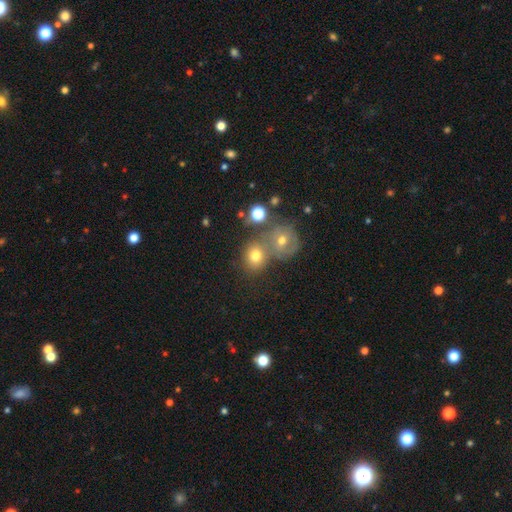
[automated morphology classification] smooth-or-featured: smooth: 71% | featured or disk: 15% | star or artifact: 14%
  how-rounded: round: 74% | in between: 25% | cigar-shaped: 1%
  merging: none: 44% | merger: 40% | minor disturbance: 10% | major disturbance: 6%